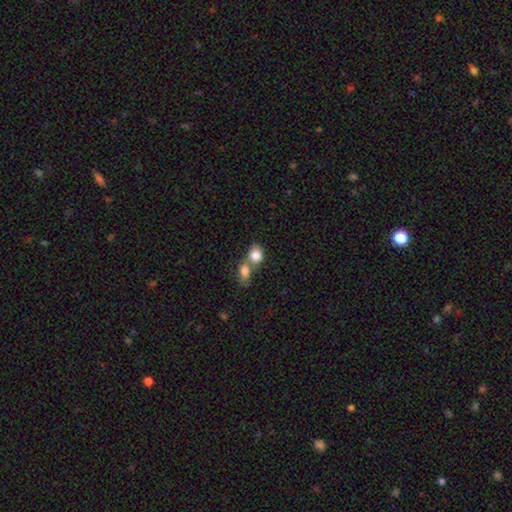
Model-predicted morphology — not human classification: Q: Smooth or featured?
A: smooth (82%); runner-up: featured or disk (10%)
Q: How rounded?
A: in between (50%); runner-up: round (48%)
Q: Merging?
A: merger (67%); runner-up: none (23%)